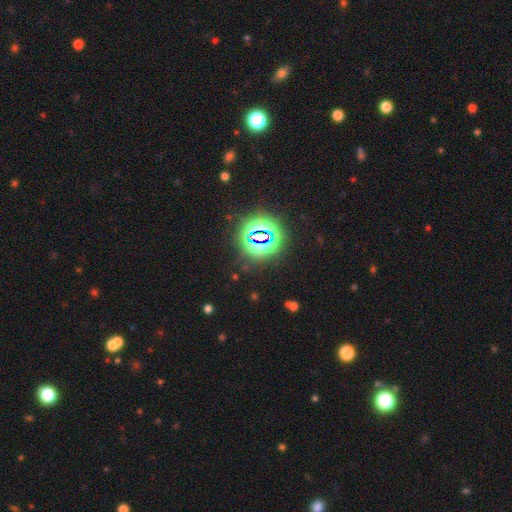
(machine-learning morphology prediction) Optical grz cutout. It shows a star or artifact, not a galaxy (82%).